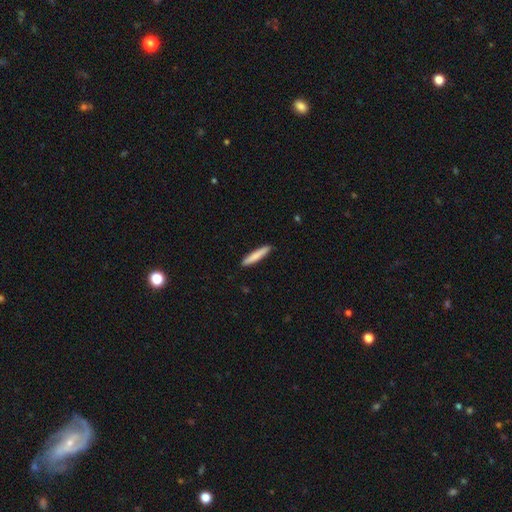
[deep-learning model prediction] A smooth galaxy with no disk features (81%) that is cigar-shaped (93%). Merging: none (91%).